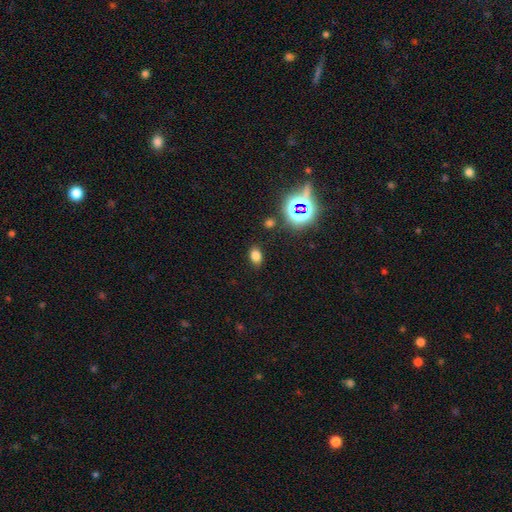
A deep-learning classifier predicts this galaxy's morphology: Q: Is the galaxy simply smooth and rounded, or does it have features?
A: smooth — 74%.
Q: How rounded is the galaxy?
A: in between — 78%.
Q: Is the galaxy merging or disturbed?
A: none — 85%.